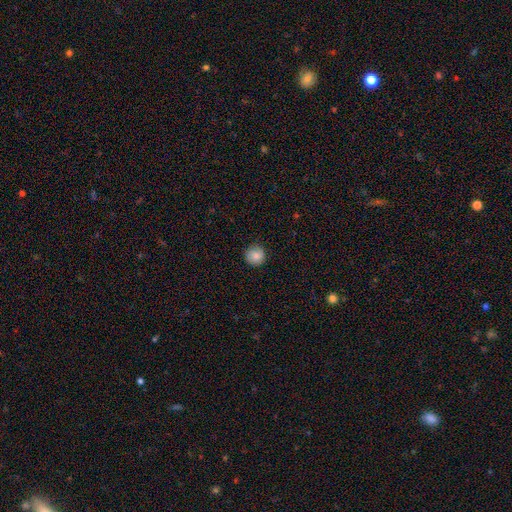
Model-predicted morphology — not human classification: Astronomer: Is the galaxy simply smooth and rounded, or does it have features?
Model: smooth — 84%.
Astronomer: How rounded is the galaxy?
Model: round — 94%.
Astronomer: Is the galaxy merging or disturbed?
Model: none — 88%.